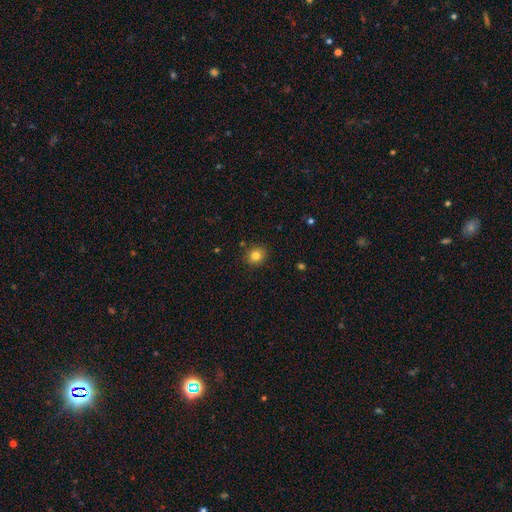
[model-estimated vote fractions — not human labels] Overall: smooth (81%). How rounded: round (82%). Merging: none (89%).